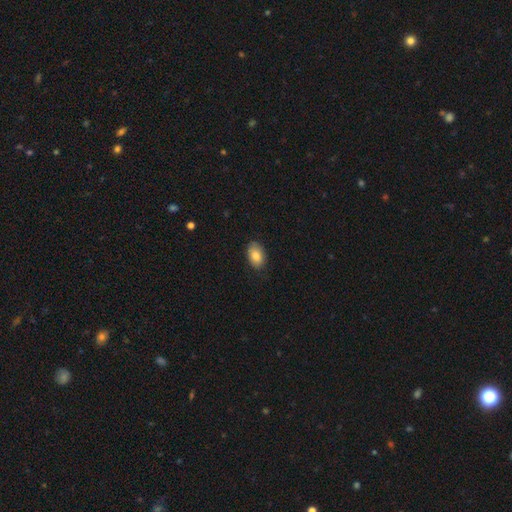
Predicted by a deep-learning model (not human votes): This appears to be a smooth galaxy with no disk features (84%) that is in between round and cigar-shaped (90%). Merging: none (84%).